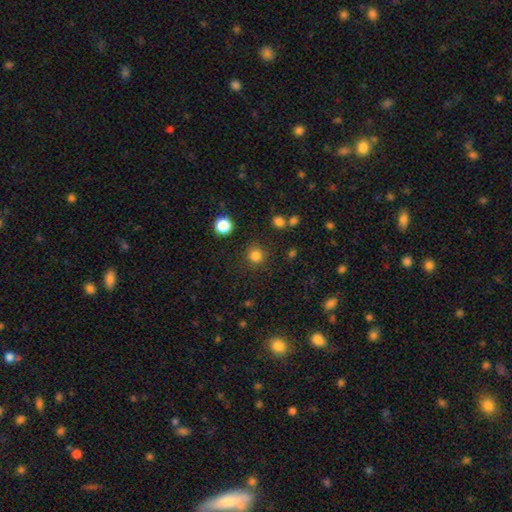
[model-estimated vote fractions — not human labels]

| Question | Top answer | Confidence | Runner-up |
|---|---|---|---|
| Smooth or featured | smooth | 81% | star or artifact (14%) |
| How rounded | round | 93% | in between (6%) |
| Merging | none | 87% | minor disturbance (7%) |